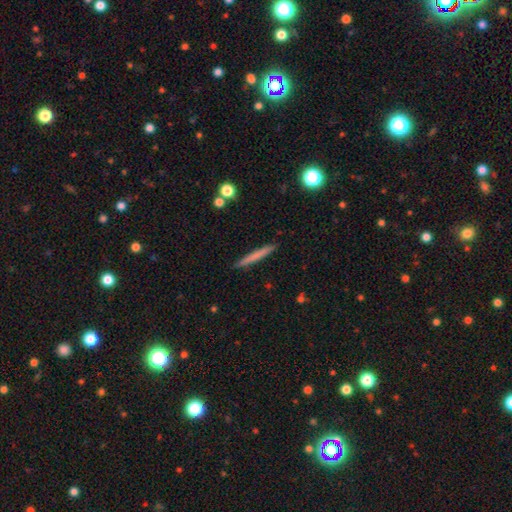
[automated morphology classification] A smooth galaxy with no disk features (65%) that is cigar-shaped (96%). Merging: none (91%).